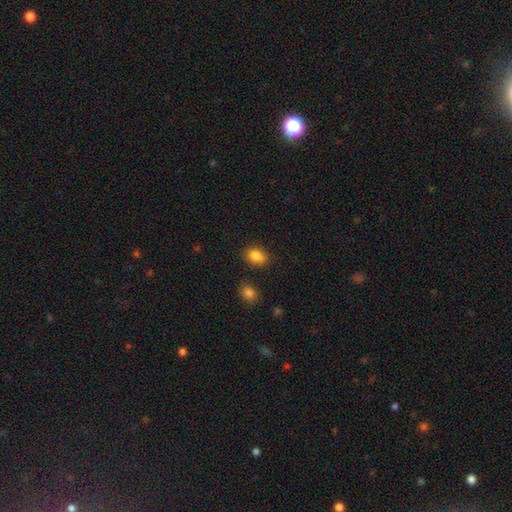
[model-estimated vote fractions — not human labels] The model was most divided on "how rounded": in between: 74%, round: 25%, cigar-shaped: 1%. More confident: smooth or featured — smooth (85%); merging — none (79%).